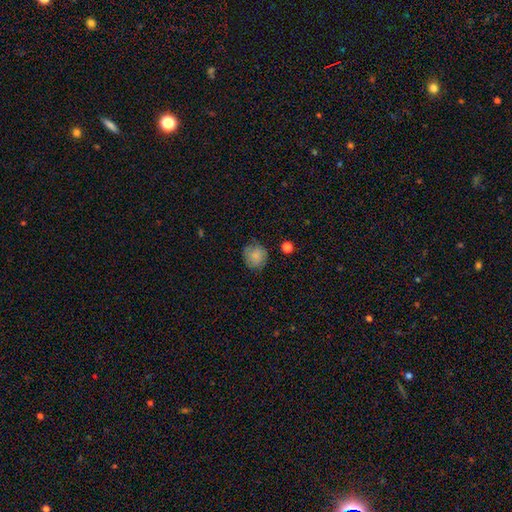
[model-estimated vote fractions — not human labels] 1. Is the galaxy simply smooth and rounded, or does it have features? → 81% smooth, 10% featured or disk, 9% star or artifact.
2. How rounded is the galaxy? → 83% round, 16% in between, 1% cigar-shaped.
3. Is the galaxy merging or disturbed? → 74% none, 19% minor disturbance, 5% major disturbance, 2% merger.